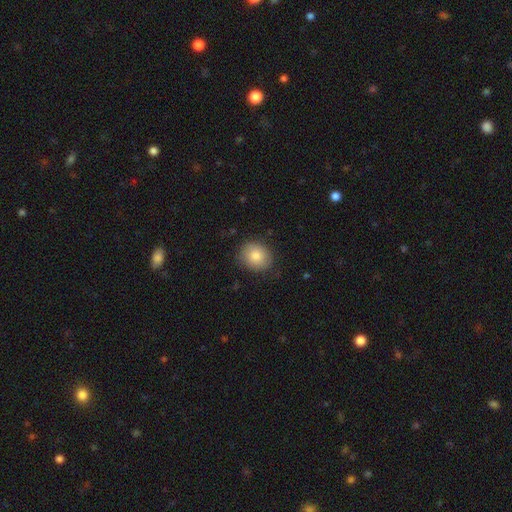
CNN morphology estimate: Overall: smooth (83%). How rounded: round (67%; in between 32%). Merging: none (81%).